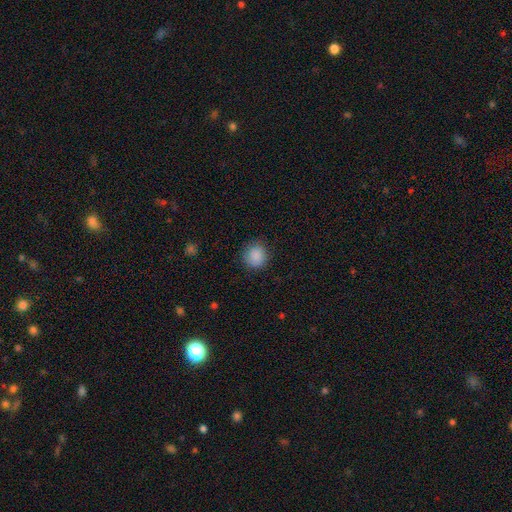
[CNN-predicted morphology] smooth-or-featured: smooth: 88% | star or artifact: 9% | featured or disk: 3%
  how-rounded: round: 86% | in between: 13% | cigar-shaped: 1%
  merging: none: 85% | minor disturbance: 11% | major disturbance: 3% | merger: 1%